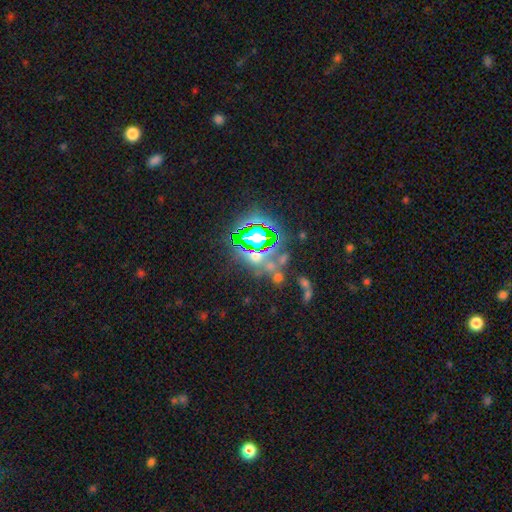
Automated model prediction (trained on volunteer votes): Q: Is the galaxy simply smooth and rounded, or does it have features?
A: star or artifact — 62%.